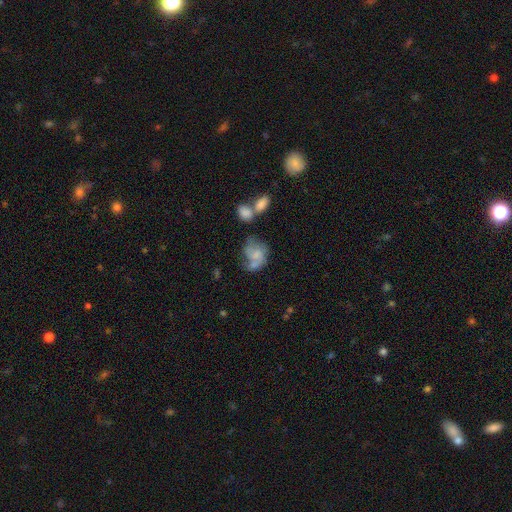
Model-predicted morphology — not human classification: A featured or disk galaxy (46%). Merging: none (30%).